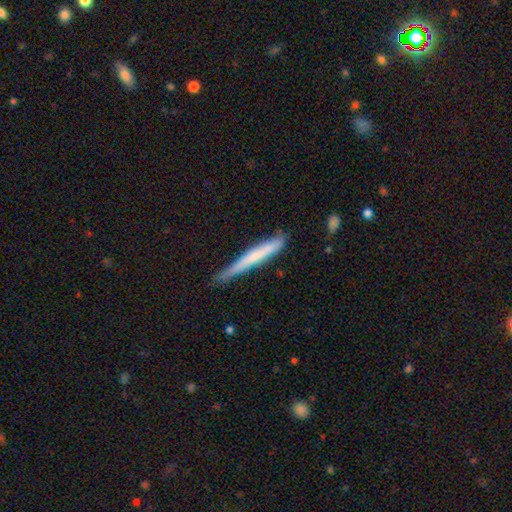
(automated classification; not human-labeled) Morphology: type=smooth (58%); roundness=cigar-shaped (96%); merging=none (66%).